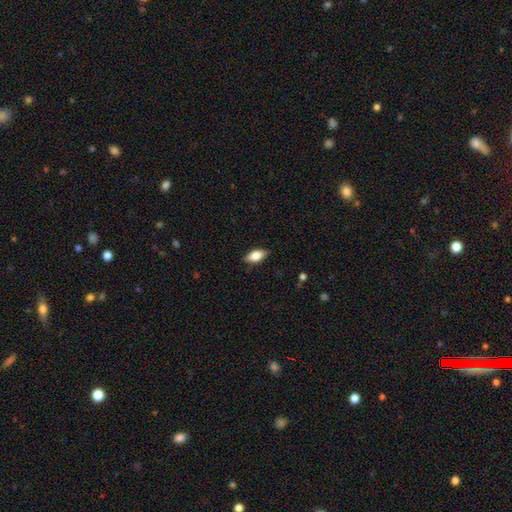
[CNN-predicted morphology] A smooth galaxy with no disk features (68%) that is in between round and cigar-shaped (84%).

Vote fractions:
- Smooth or featured? smooth: 68% / featured or disk: 25% / star or artifact: 7%
- How rounded? in between: 84% / cigar-shaped: 11% / round: 4%
- Merging? none: 85% / minor disturbance: 12% / major disturbance: 2% / merger: 1%